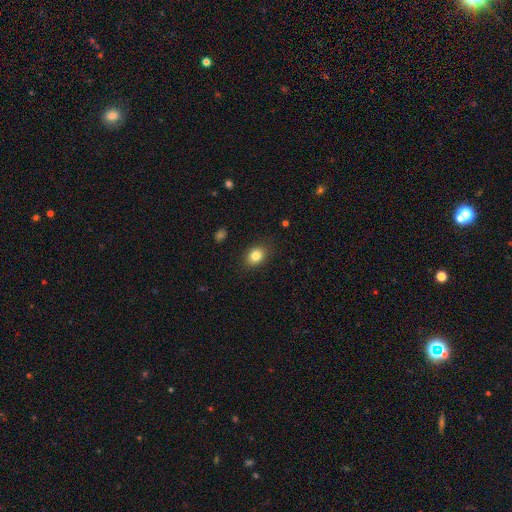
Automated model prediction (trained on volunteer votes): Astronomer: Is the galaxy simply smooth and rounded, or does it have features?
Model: smooth — 82%.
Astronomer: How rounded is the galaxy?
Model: in between — 58% (runner-up: round, 41%).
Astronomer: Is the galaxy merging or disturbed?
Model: none — 86%.